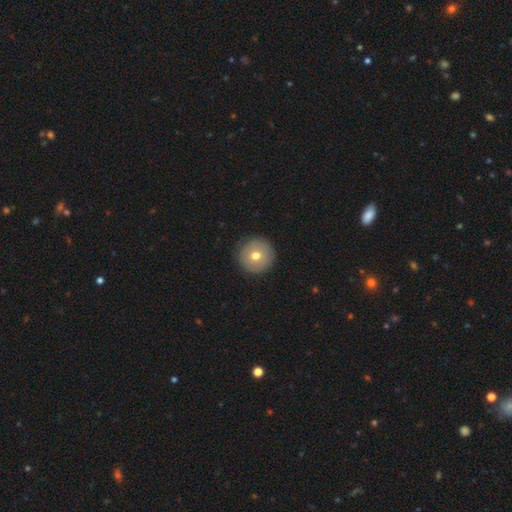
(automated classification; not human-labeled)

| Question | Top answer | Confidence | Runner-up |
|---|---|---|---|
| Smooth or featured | smooth | 69% | featured or disk (22%) |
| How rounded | round | 97% | in between (2%) |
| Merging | none | 92% | minor disturbance (5%) |